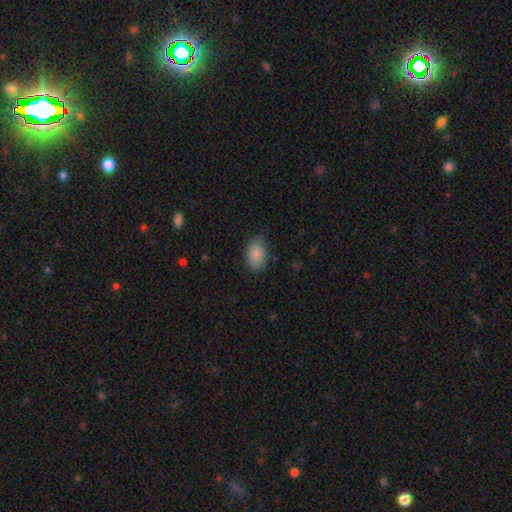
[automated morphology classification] This is clearly a smooth galaxy (88%). How rounded: clearly in between (90%). Merging: likely none (78%).